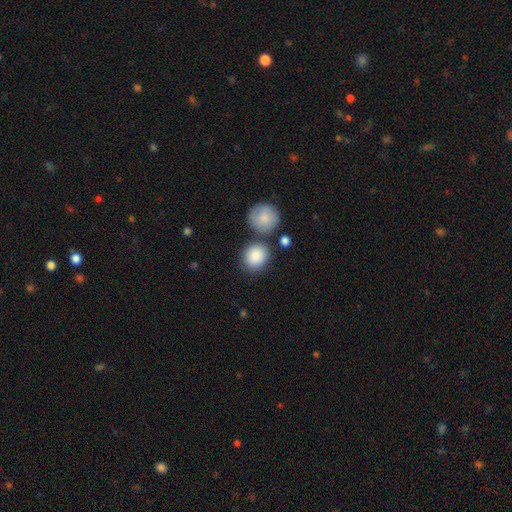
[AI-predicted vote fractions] smooth 88%, star or artifact 7%, featured or disk 6%. Down the decision tree: how rounded — round (78%); merging — none (70%).